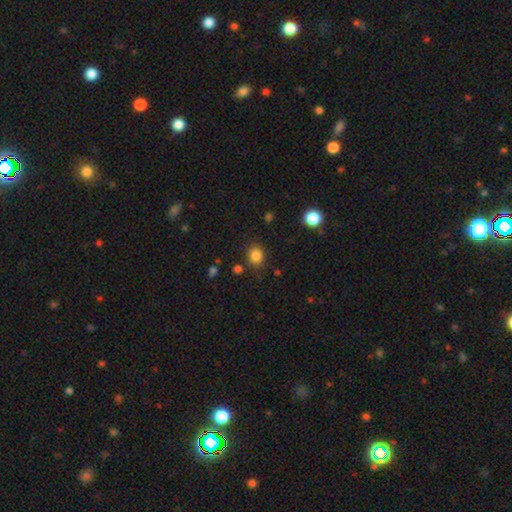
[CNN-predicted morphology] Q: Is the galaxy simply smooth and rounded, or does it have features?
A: smooth — 84%.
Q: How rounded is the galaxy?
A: round — 62%.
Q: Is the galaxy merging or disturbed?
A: none — 81%.